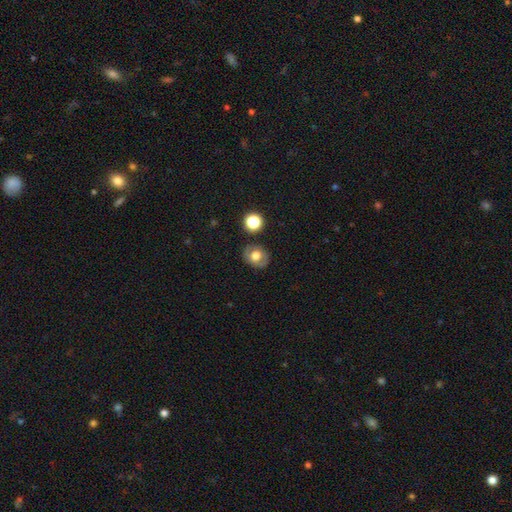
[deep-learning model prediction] The model was most divided on "how rounded": round: 57%, in between: 42%, cigar-shaped: 1%. More confident: merging — none (82%); smooth or featured — smooth (60%).